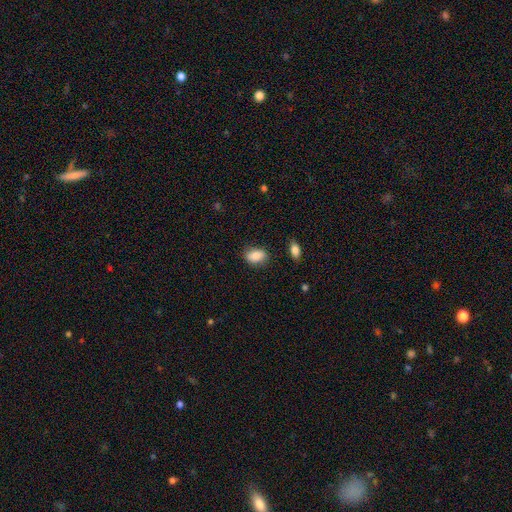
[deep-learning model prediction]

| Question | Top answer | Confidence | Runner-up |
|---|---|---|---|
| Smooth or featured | smooth | 85% | star or artifact (8%) |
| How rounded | in between | 83% | round (15%) |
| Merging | none | 82% | minor disturbance (13%) |